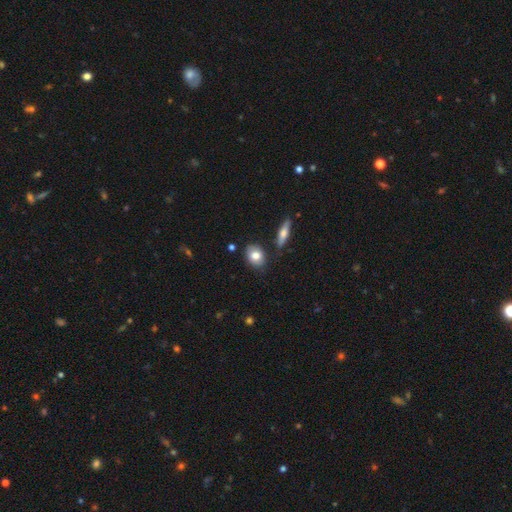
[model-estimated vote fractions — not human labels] Smooth or featured? smooth (78%)
How rounded? in between (70%)
Merging? none (78%)